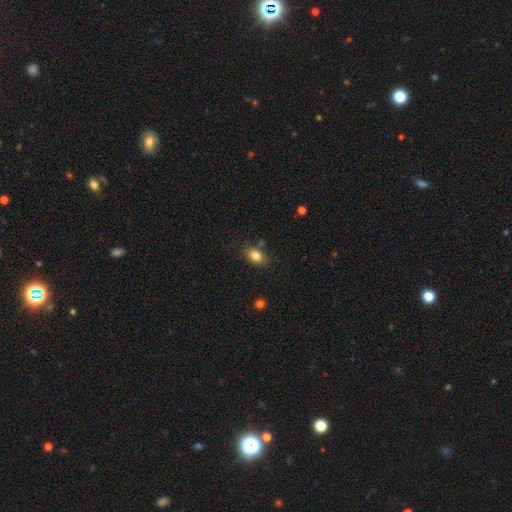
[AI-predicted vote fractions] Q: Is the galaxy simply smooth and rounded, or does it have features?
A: smooth — 83%.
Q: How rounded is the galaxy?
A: in between — 78%.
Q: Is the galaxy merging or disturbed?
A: none — 78%.